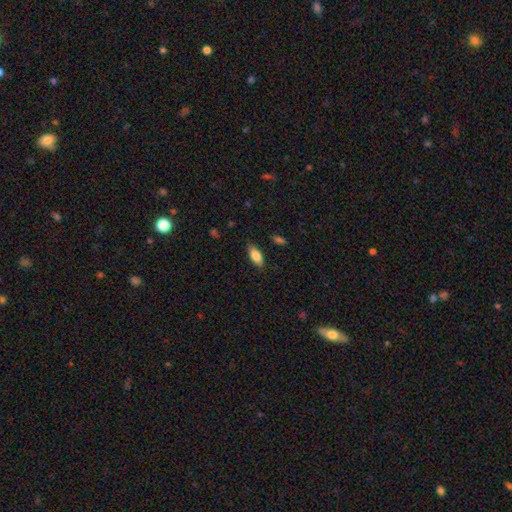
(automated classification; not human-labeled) Smooth or featured? Predicted: smooth (p=0.80). How rounded? Predicted: in between (p=0.85). Merging? Predicted: none (p=0.82).